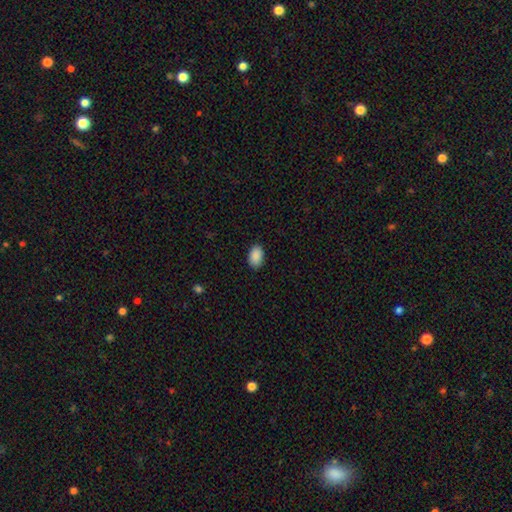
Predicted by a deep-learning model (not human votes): A smooth galaxy with no disk features (90%) that is in between round and cigar-shaped (90%).

Vote fractions:
- Smooth or featured? smooth: 90% / star or artifact: 7% / featured or disk: 3%
- How rounded? in between: 90% / round: 9% / cigar-shaped: 1%
- Merging? none: 88% / minor disturbance: 9% / major disturbance: 2% / merger: 1%